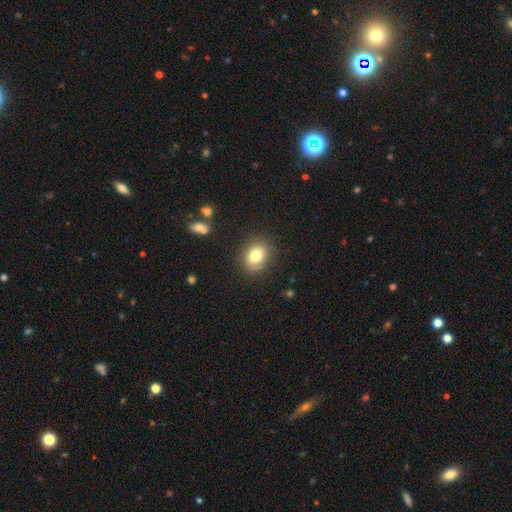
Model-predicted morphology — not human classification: This appears to be a smooth galaxy with no disk features (78%) that is round (50%). Merging: none (82%).